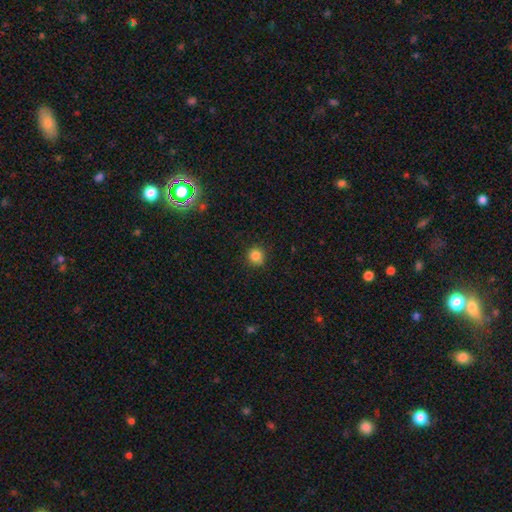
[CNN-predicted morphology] smooth-or-featured: smooth: 84% | star or artifact: 12% | featured or disk: 4%
  how-rounded: round: 91% | in between: 8% | cigar-shaped: 1%
  merging: none: 84% | minor disturbance: 12% | major disturbance: 3% | merger: 2%